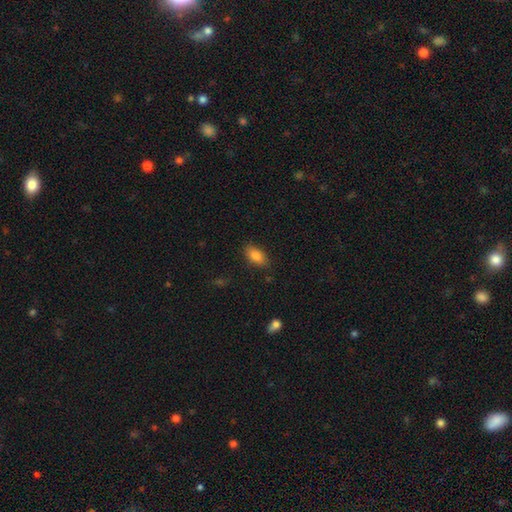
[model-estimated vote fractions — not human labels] smooth 83%, featured or disk 9%, star or artifact 8%. Down the decision tree: how rounded — in between (89%); merging — none (84%).